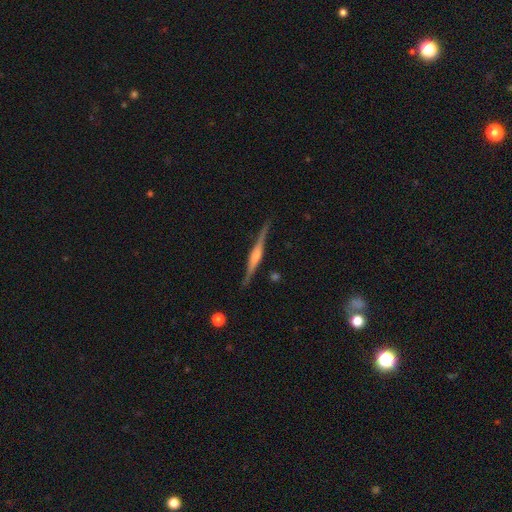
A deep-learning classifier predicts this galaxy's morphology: Smooth or featured: featured or disk — 76% (smooth — 18%)
Edge-on disk: yes — 98% (no — 2%)
Edge-on bulge: rounded — 61% (boxy — 28%)
Merging: none — 88% (minor disturbance — 9%)